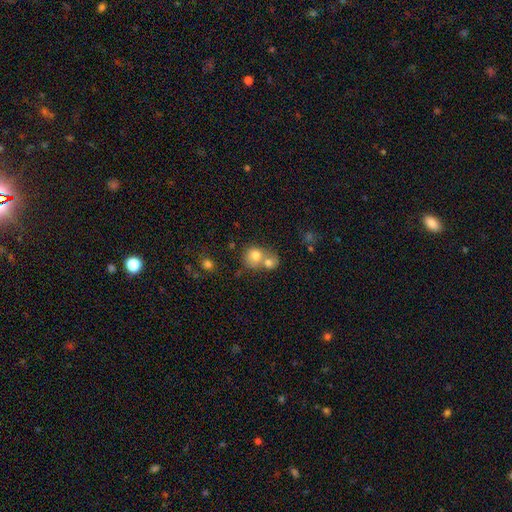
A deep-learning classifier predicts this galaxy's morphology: type=smooth (75%); roundness=round (73%); merging=merger (64%).